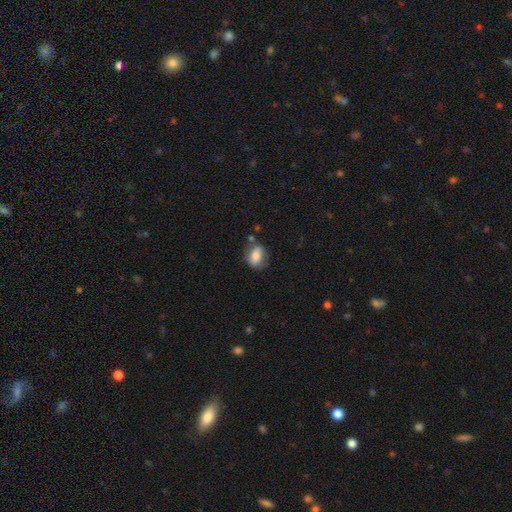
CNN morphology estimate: This is likely a smooth galaxy (75%). How rounded: likely in between (74%). Merging: possibly none (59%).